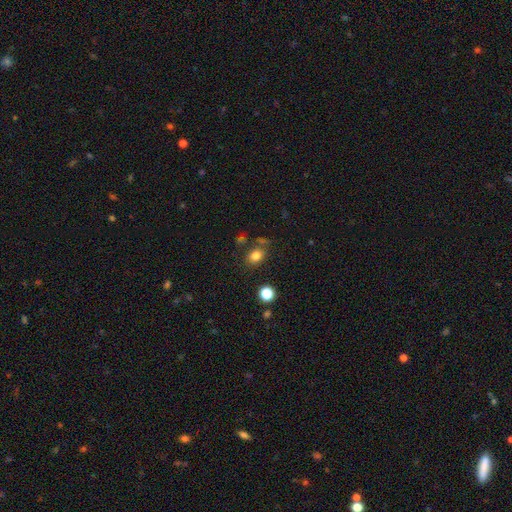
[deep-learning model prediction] Smooth or featured? smooth (80%)
How rounded? in between (55%)
Merging? none (73%)